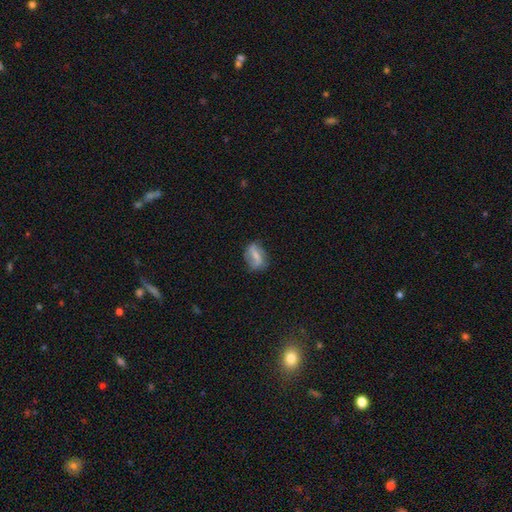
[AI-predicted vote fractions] smooth-or-featured: featured or disk: 52% | smooth: 40% | star or artifact: 8%
  disk-edge-on: no: 92% | yes: 8%
  merging: none: 68% | minor disturbance: 23% | major disturbance: 8% | merger: 2%